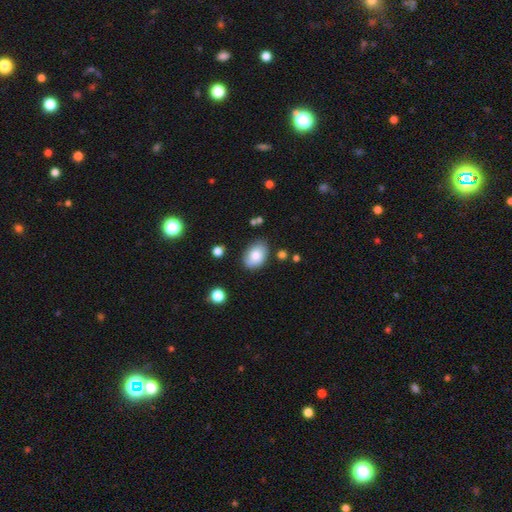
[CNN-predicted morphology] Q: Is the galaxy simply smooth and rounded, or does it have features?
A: smooth — 79%.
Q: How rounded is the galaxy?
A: in between — 83%.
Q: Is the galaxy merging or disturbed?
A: none — 73%.